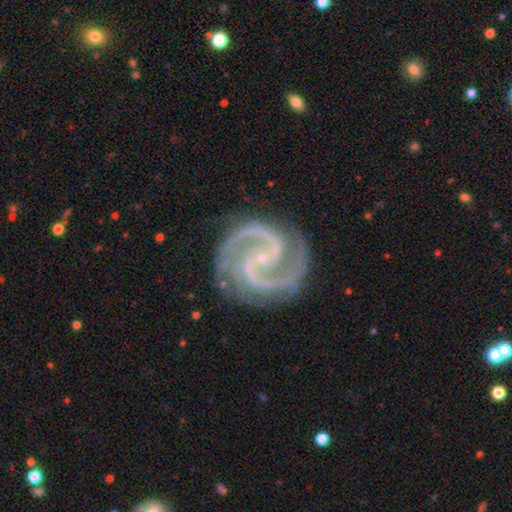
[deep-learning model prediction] Overall: featured or disk (94%). Edge-on disk: no (98%). Bar: no (43%; weak 33%). Spiral arms: yes (99%). Spiral arm count: 2 (92%). Spiral winding: medium (59%; tight 33%). Bulge size: small (86%). Merging: none (82%).